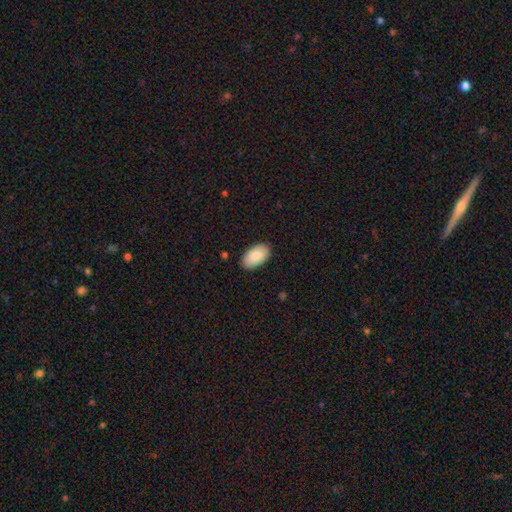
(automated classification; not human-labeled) Smooth or featured? smooth (89%)
How rounded? in between (96%)
Merging? none (88%)